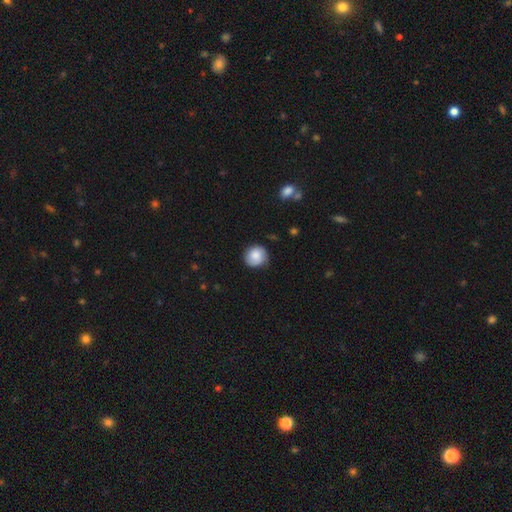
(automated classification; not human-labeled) Smooth or featured: smooth — 80% (featured or disk — 13%)
How rounded: round — 89% (in between — 10%)
Merging: none — 78% (minor disturbance — 17%)